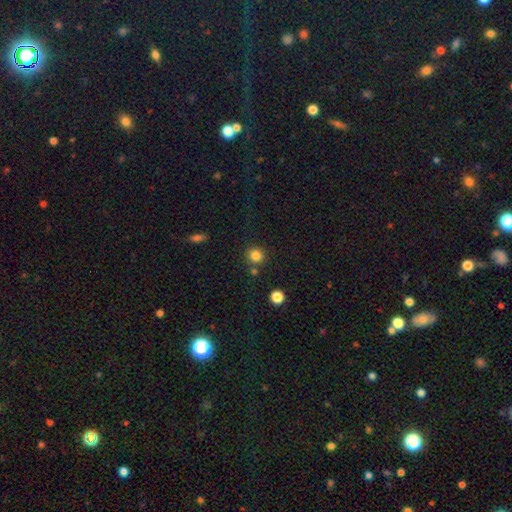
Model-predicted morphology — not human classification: Q: Smooth or featured?
A: smooth (83%); runner-up: star or artifact (12%)
Q: How rounded?
A: round (90%); runner-up: in between (9%)
Q: Merging?
A: none (81%); runner-up: merger (8%)